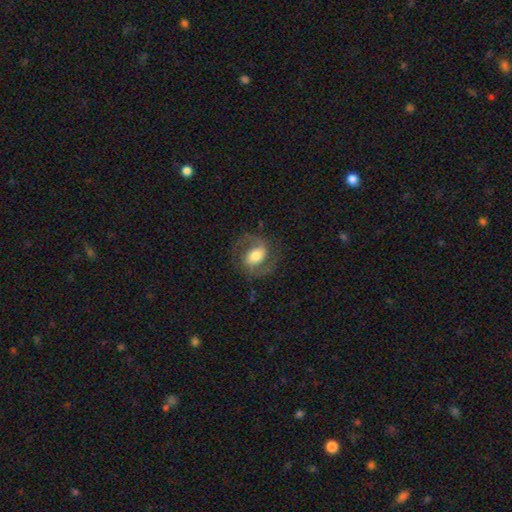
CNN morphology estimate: Smooth or featured? featured or disk (76%)
Edge-on disk? no (97%)
Bar? weak (43%)
Spiral arms? yes (92%)
Spiral winding? medium (56%)
Spiral arm count? 2 (91%)
Bulge size? moderate (56%)
Merging? none (77%)